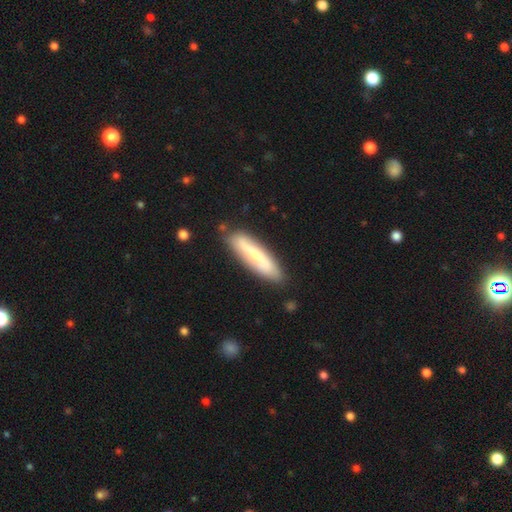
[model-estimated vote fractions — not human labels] Overall: smooth (52%; featured or disk 42%). How rounded: cigar-shaped (74%). Merging: none (84%).